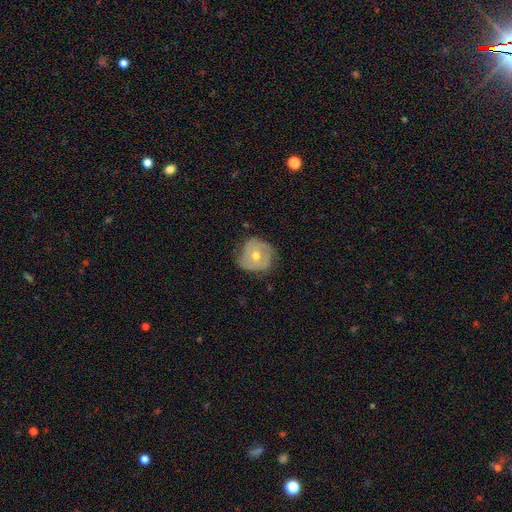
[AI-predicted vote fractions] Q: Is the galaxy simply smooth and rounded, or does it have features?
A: featured or disk — 63%.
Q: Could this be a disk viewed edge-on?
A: no — 96%.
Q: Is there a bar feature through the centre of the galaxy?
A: no — 78%.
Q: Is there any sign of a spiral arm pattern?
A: yes — 76%.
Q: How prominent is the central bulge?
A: moderate — 71%.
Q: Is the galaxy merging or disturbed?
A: none — 68%.